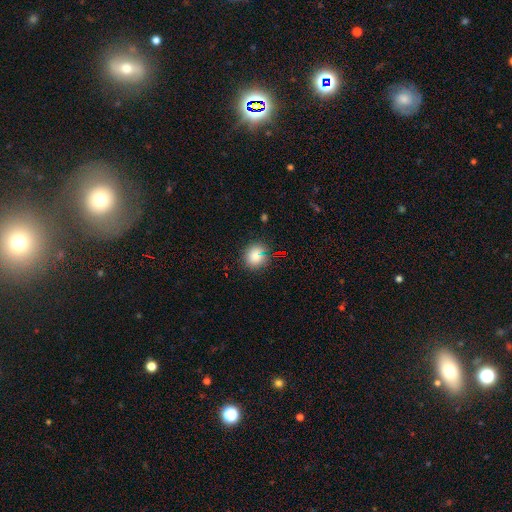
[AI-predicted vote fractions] Overall: smooth (77%). How rounded: round (83%). Merging: none (80%).